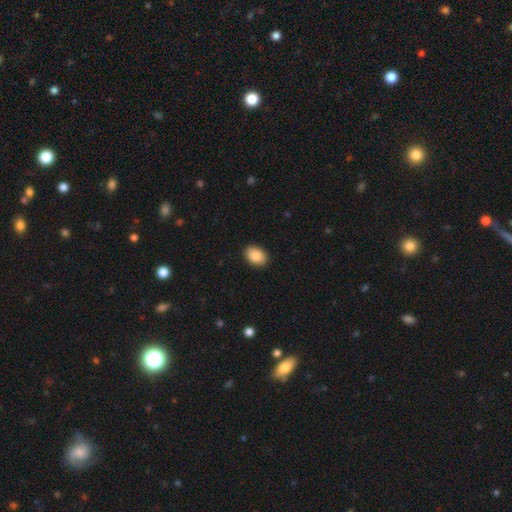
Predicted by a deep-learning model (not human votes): This is clearly a smooth galaxy (88%). How rounded: likely in between (78%). Merging: clearly none (90%).